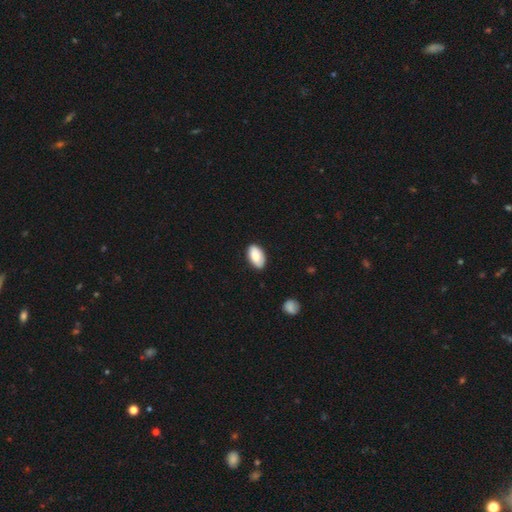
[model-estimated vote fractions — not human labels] Overall: smooth (84%). How rounded: in between (95%). Merging: none (84%).